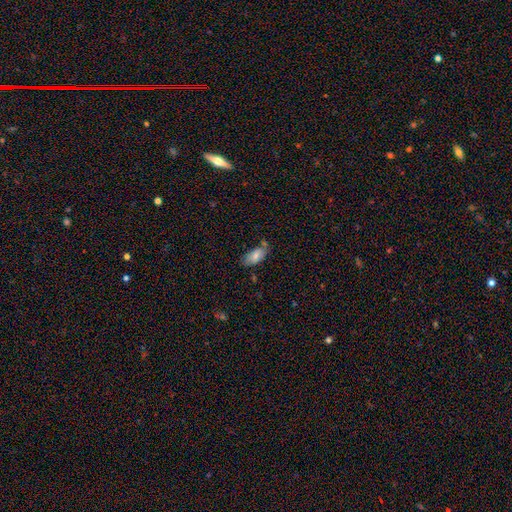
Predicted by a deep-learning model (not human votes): A smooth galaxy with no disk features (77%) that is in between round and cigar-shaped (93%).

Vote fractions:
- Smooth or featured? smooth: 77% / featured or disk: 16% / star or artifact: 8%
- How rounded? in between: 93% / cigar-shaped: 4% / round: 3%
- Merging? none: 52% / minor disturbance: 29% / merger: 10% / major disturbance: 8%